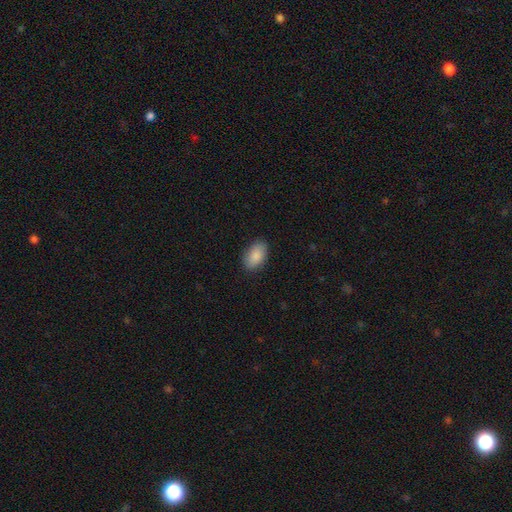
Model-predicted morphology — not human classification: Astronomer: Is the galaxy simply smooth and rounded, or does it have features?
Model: smooth — 88%.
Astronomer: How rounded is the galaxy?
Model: in between — 93%.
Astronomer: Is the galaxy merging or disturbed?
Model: none — 87%.